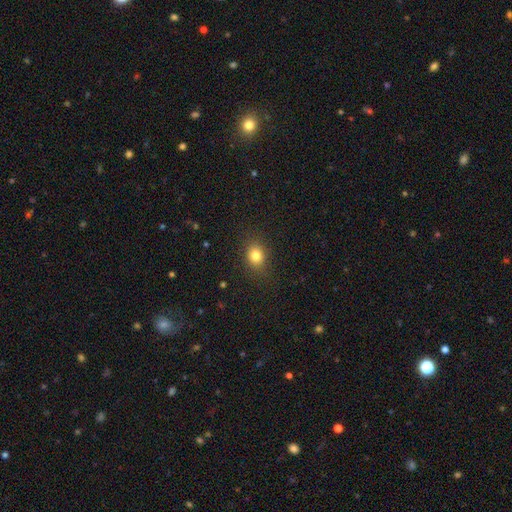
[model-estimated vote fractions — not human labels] smooth_or_featured: smooth (p=0.81) [alt: star or artifact p=0.12]
how_rounded: round (p=0.55) [alt: in between p=0.43]
merging: none (p=0.85) [alt: minor disturbance p=0.11]